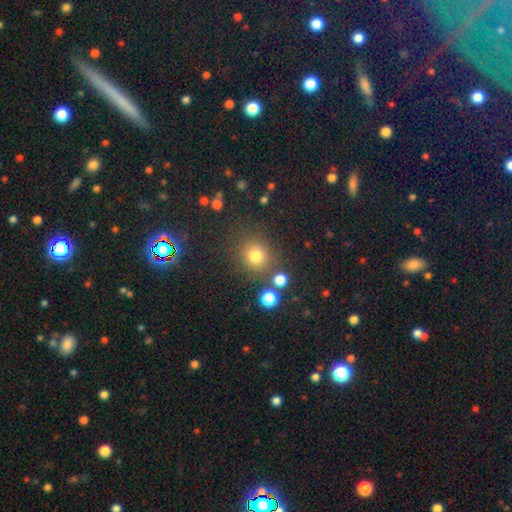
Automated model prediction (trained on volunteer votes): smooth-or-featured: smooth: 76% | star or artifact: 18% | featured or disk: 6%
  how-rounded: round: 86% | in between: 13% | cigar-shaped: 1%
  merging: none: 78% | minor disturbance: 10% | merger: 7% | major disturbance: 4%